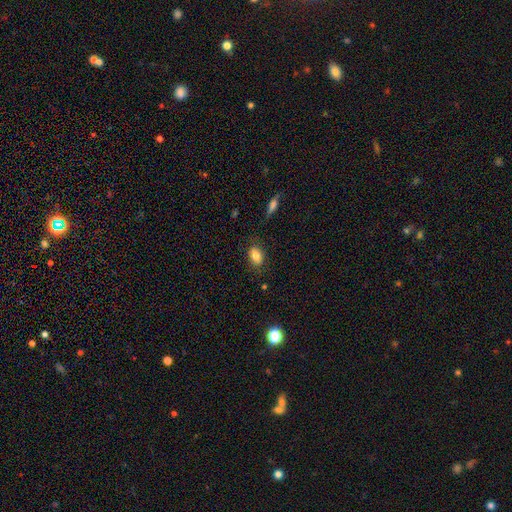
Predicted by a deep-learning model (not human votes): Q: Smooth or featured?
A: smooth (81%); runner-up: featured or disk (10%)
Q: How rounded?
A: in between (80%); runner-up: round (19%)
Q: Merging?
A: none (81%); runner-up: minor disturbance (14%)